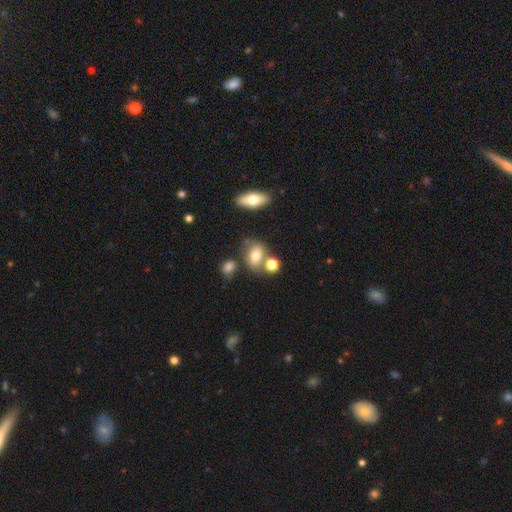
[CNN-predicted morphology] Smooth or featured: smooth — 72% (featured or disk — 16%)
How rounded: in between — 69% (round — 28%)
Merging: none — 57% (merger — 20%)